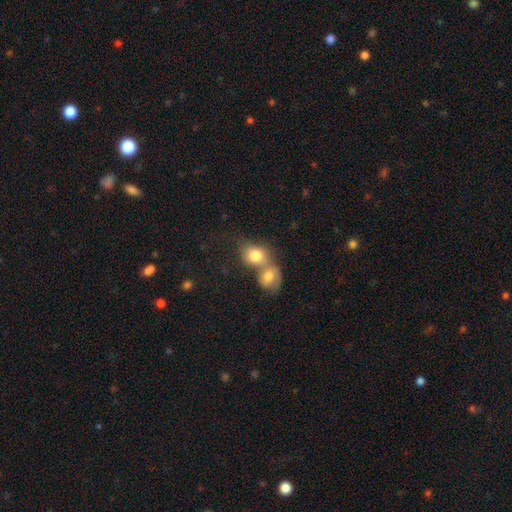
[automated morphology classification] smooth-or-featured: smooth: 79% | featured or disk: 14% | star or artifact: 8%
  how-rounded: round: 60% | in between: 39% | cigar-shaped: 1%
  merging: merger: 65% | none: 23% | minor disturbance: 8% | major disturbance: 4%